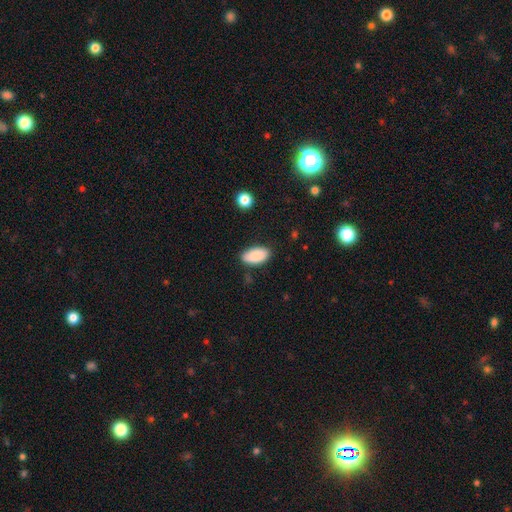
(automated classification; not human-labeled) This appears to be a smooth galaxy with no disk features (89%) that is in between round and cigar-shaped (95%). Merging: none (83%).